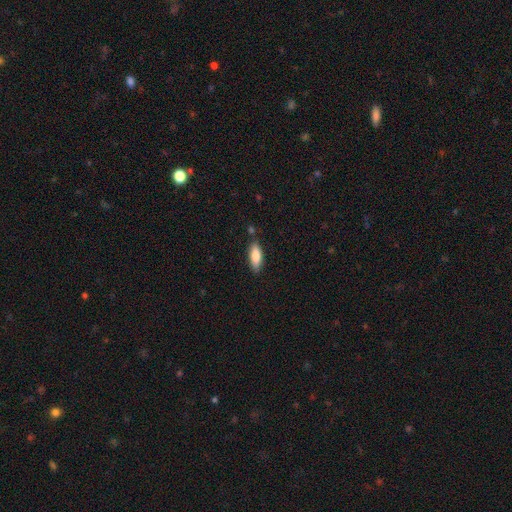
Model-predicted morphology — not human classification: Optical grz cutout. It shows a smooth galaxy with no disk features (84%) that is in between round and cigar-shaped (72%). Merging: none (82%).